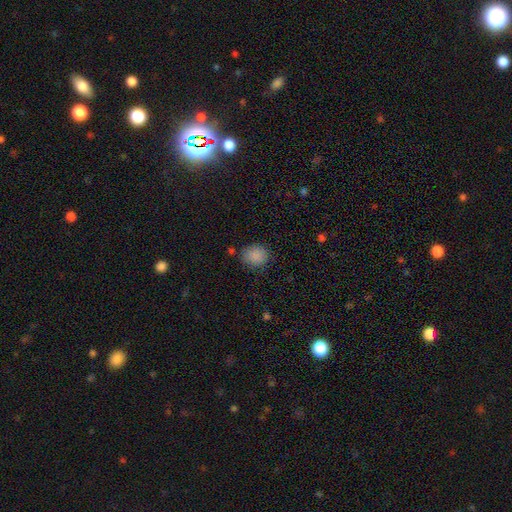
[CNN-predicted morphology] A smooth galaxy with no disk features (87%) that is round (77%). Merging: none (81%).